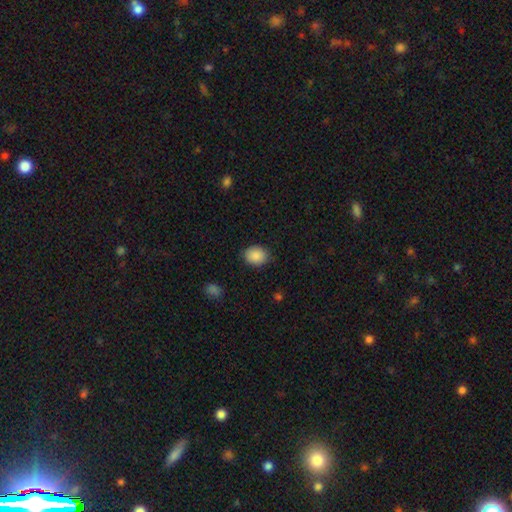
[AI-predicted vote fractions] smooth-or-featured: smooth: 88% | star or artifact: 8% | featured or disk: 4%
  how-rounded: in between: 51% | round: 48% | cigar-shaped: 1%
  merging: none: 84% | minor disturbance: 12% | major disturbance: 3% | merger: 1%